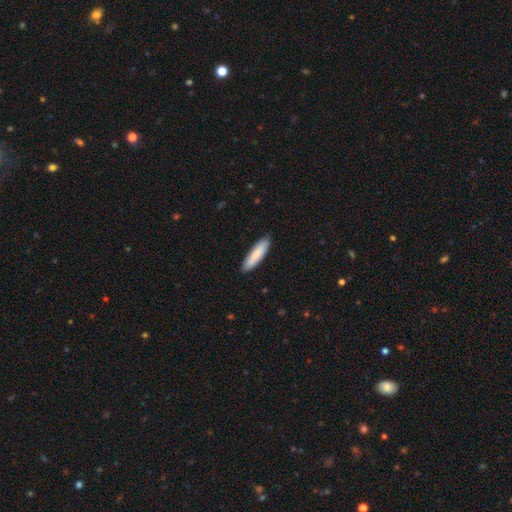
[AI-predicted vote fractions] Q: Smooth or featured?
A: smooth (84%); runner-up: featured or disk (11%)
Q: How rounded?
A: cigar-shaped (69%); runner-up: in between (30%)
Q: Merging?
A: none (89%); runner-up: minor disturbance (9%)